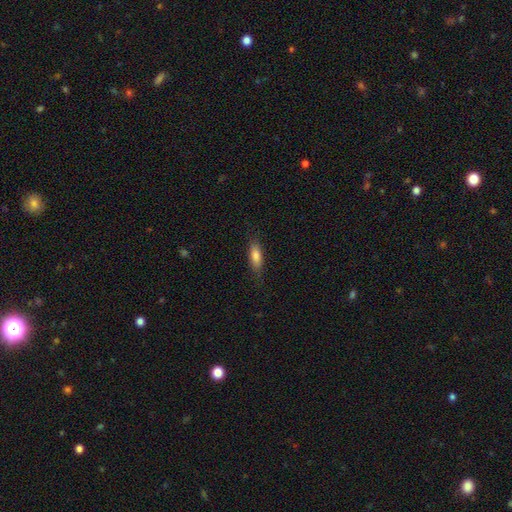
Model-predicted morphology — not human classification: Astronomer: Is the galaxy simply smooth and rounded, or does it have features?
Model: smooth — 80%.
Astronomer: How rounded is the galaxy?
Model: in between — 62%.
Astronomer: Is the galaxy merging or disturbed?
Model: none — 80%.